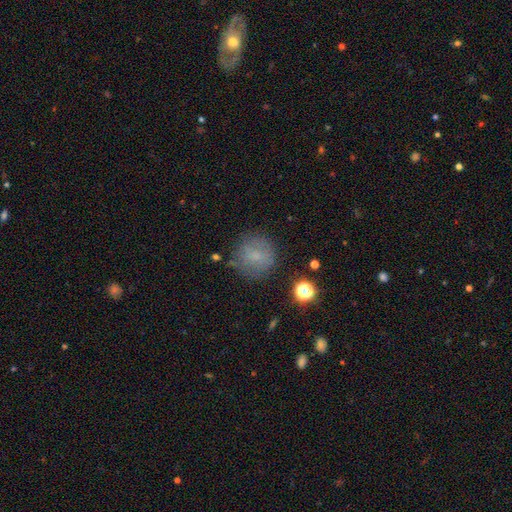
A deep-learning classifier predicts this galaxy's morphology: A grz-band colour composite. It shows a smooth galaxy with no disk features (70%) that is round (90%). Merging: none (76%).